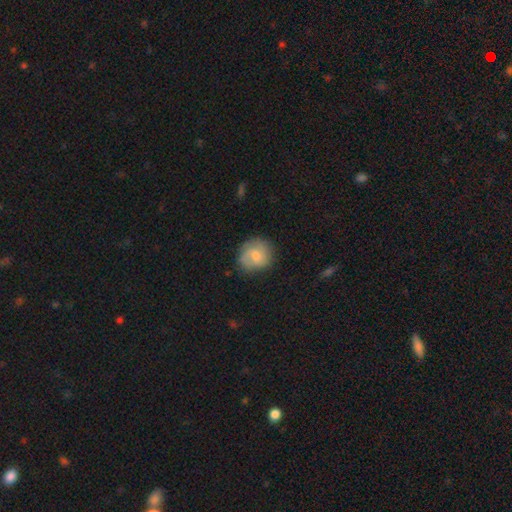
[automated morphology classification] The model was most divided on "smooth or featured": smooth: 53%, featured or disk: 41%, star or artifact: 7%. More confident: how rounded — round (82%); merging — none (74%).